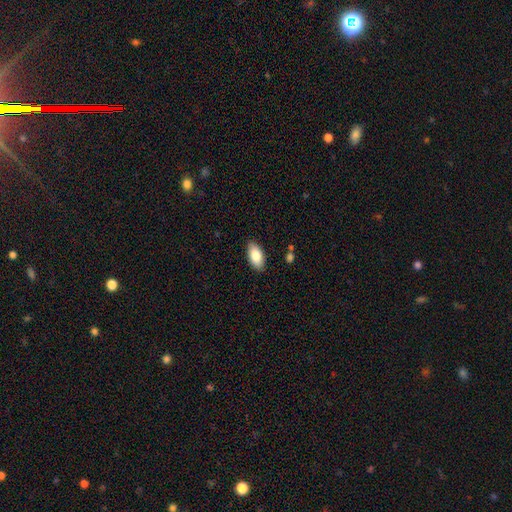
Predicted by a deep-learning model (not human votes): smooth_or_featured: smooth (p=0.84) [alt: featured or disk p=0.10]
how_rounded: in between (p=0.93) [alt: cigar-shaped p=0.04]
merging: none (p=0.87) [alt: minor disturbance p=0.10]